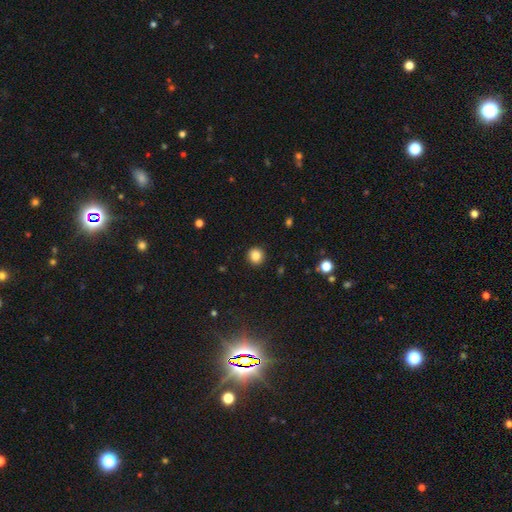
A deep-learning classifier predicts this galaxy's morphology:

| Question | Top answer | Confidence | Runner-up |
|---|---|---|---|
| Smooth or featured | smooth | 85% | star or artifact (11%) |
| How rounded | round | 92% | in between (8%) |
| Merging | none | 92% | minor disturbance (5%) |